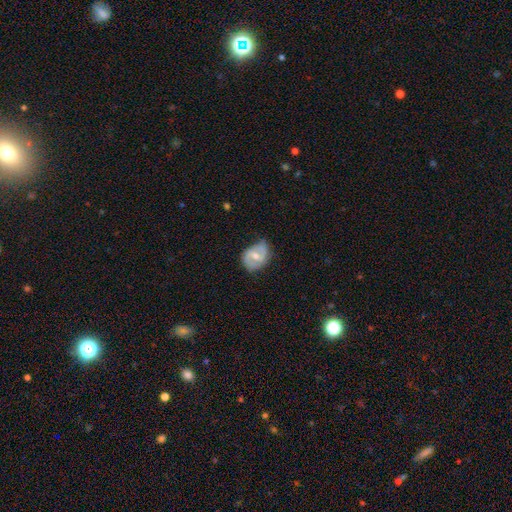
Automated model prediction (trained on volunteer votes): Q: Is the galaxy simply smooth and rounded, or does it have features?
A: featured or disk — 70%.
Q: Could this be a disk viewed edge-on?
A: no — 97%.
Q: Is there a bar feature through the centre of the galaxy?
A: weak — 53%.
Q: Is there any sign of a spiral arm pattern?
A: yes — 84%.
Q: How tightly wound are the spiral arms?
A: medium — 48%.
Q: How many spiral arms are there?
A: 2 — 83%.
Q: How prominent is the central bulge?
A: moderate — 60%.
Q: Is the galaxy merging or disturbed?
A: none — 63%.